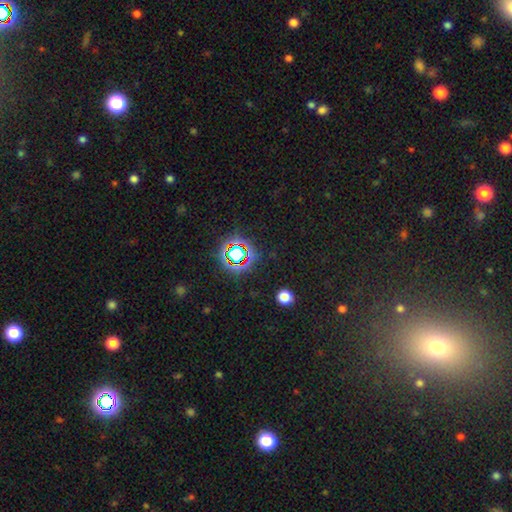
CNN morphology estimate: A star or artifact, not a galaxy (76%).